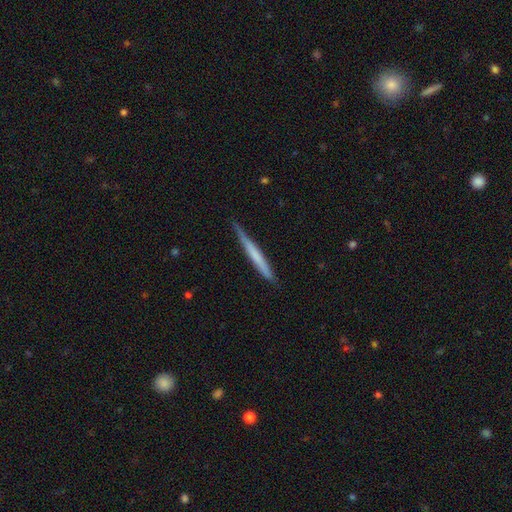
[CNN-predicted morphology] Smooth or featured: smooth — 52% (featured or disk — 43%)
How rounded: cigar-shaped — 97% (in between — 2%)
Merging: none — 83% (minor disturbance — 13%)